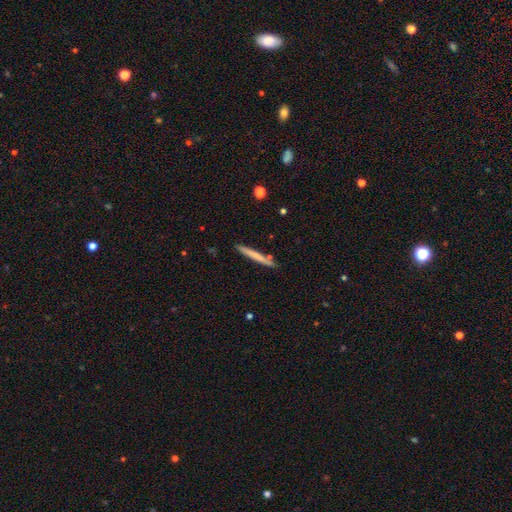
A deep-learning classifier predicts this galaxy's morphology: smooth 65%, featured or disk 30%, star or artifact 5%. Down the decision tree: how rounded — cigar-shaped (96%); merging — none (87%).